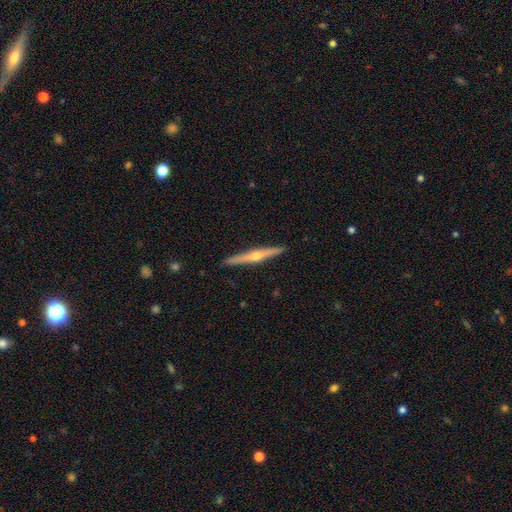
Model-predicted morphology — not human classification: This is likely a featured or disk galaxy (77%). It is clearly viewed edge-on (98%). Edge-on bulge: clearly rounded (91%). Merging: clearly none (92%).